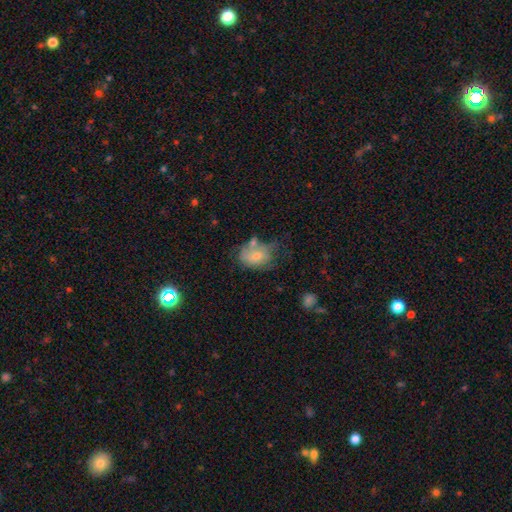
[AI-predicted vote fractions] smooth_or_featured: smooth (p=0.66) [alt: featured or disk p=0.26]
how_rounded: in between (p=0.74) [alt: round p=0.25]
merging: none (p=0.33) [alt: minor disturbance p=0.30]